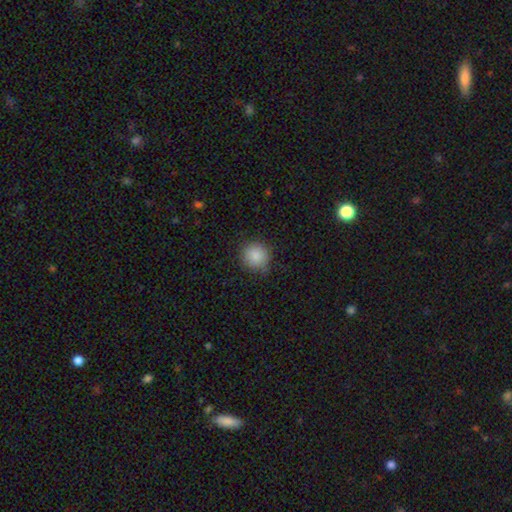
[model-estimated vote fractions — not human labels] Morphology: type=smooth (87%); roundness=round (92%); merging=none (82%).